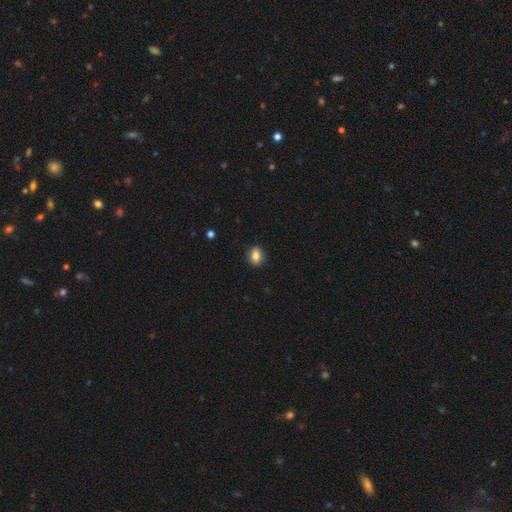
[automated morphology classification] type=smooth (82%); roundness=in between (55%); merging=none (89%).